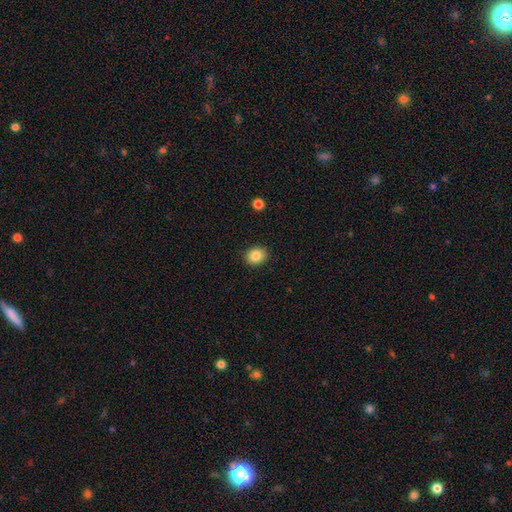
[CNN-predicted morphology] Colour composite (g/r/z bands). It shows a smooth galaxy with no disk features (85%) that is round (61%). Merging: none (89%).